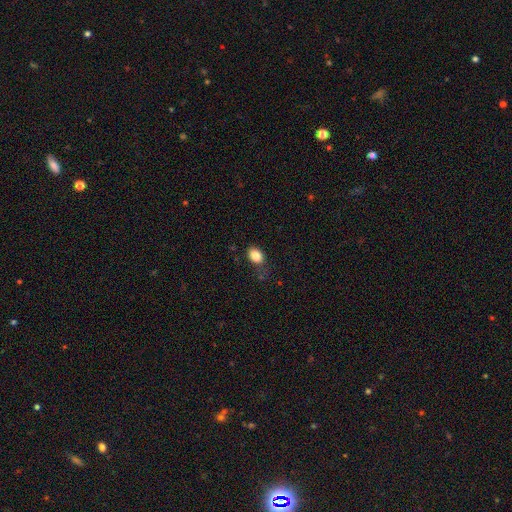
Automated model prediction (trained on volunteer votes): This appears to be a smooth galaxy with no disk features (86%) that is in between round and cigar-shaped (77%). Merging: none (73%).